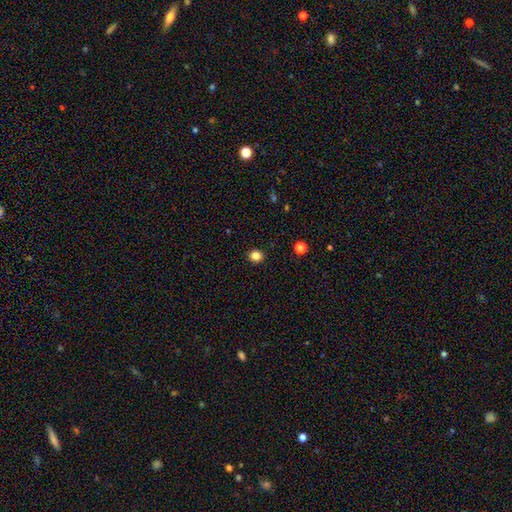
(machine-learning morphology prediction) Smooth or featured?
  - smooth: 84% *
  - star or artifact: 12%
  - featured or disk: 4%
How rounded?
  - round: 83% *
  - in between: 17%
  - cigar-shaped: 1%
Merging?
  - none: 92% *
  - minor disturbance: 5%
  - major disturbance: 2%
  - merger: 1%